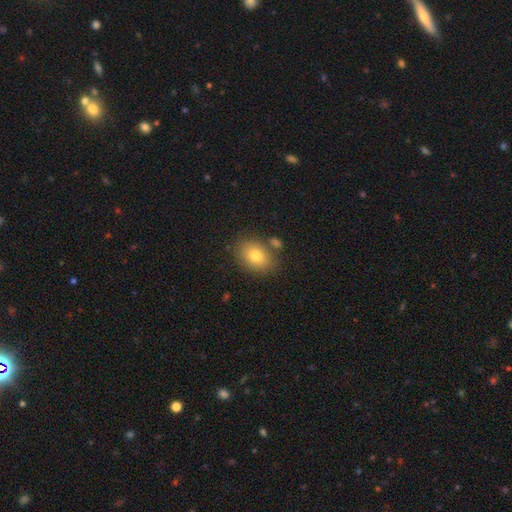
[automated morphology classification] This is likely a smooth galaxy (79%). How rounded: likely in between (71%). Merging: likely none (76%).